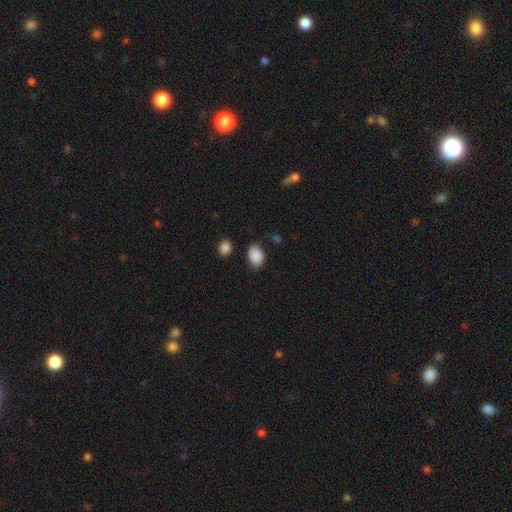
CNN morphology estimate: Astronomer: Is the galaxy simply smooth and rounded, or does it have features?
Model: smooth — 89%.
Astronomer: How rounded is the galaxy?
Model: in between — 67%.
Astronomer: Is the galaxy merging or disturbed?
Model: none — 77%.